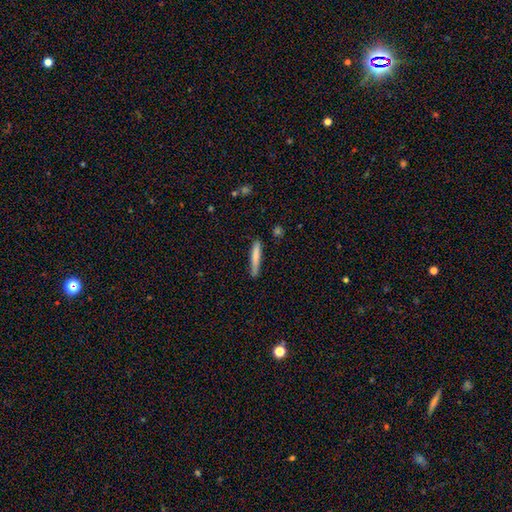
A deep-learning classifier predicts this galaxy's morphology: Q: Smooth or featured?
A: smooth (76%); runner-up: featured or disk (18%)
Q: How rounded?
A: cigar-shaped (94%); runner-up: in between (5%)
Q: Merging?
A: none (83%); runner-up: minor disturbance (13%)